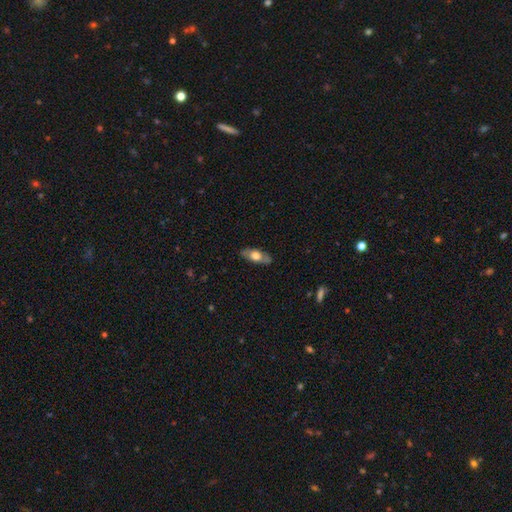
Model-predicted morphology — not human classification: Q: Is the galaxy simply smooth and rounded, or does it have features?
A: smooth — 57%.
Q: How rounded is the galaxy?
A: in between — 79%.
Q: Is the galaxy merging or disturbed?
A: none — 81%.